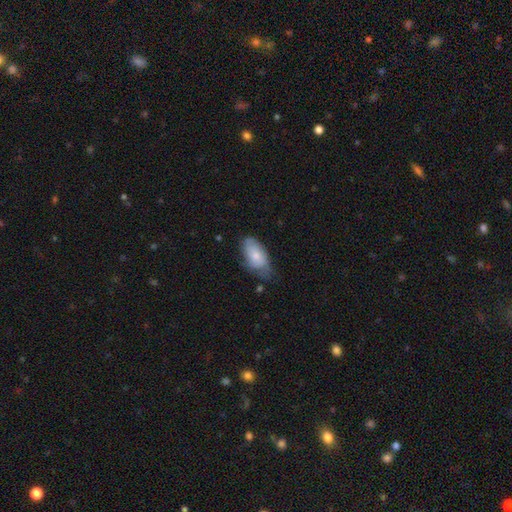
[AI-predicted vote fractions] A smooth galaxy with no disk features (68%) that is in between round and cigar-shaped (93%).

Vote fractions:
- Smooth or featured? smooth: 68% / featured or disk: 27% / star or artifact: 6%
- How rounded? in between: 93% / cigar-shaped: 4% / round: 3%
- Merging? none: 46% / minor disturbance: 40% / major disturbance: 12% / merger: 2%